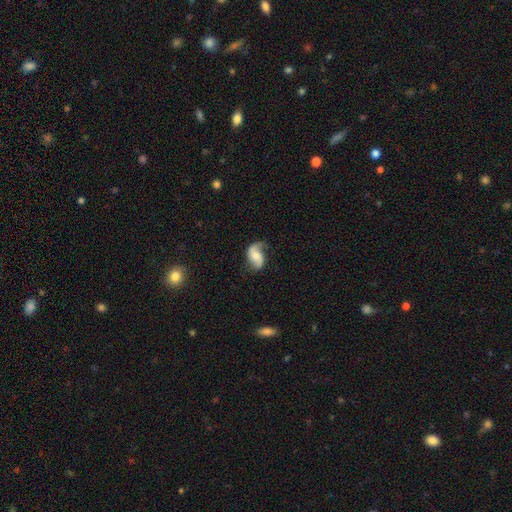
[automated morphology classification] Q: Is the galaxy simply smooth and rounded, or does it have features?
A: featured or disk — 72%.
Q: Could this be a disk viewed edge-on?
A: no — 97%.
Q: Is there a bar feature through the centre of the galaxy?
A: no — 57%.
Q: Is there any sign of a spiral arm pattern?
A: yes — 94%.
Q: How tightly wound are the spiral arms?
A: loose — 60%.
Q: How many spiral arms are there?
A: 2 — 80%.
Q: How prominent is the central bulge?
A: moderate — 48%.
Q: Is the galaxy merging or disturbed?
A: none — 58%.